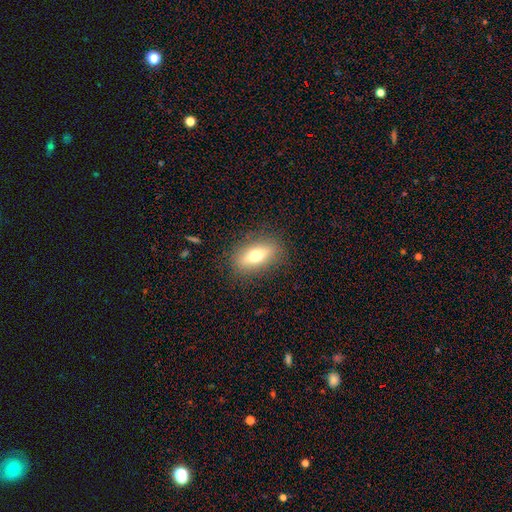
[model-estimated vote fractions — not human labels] smooth-or-featured: smooth: 60% | featured or disk: 31% | star or artifact: 8%
  how-rounded: in between: 70% | cigar-shaped: 22% | round: 8%
  merging: none: 85% | minor disturbance: 10% | major disturbance: 4% | merger: 1%